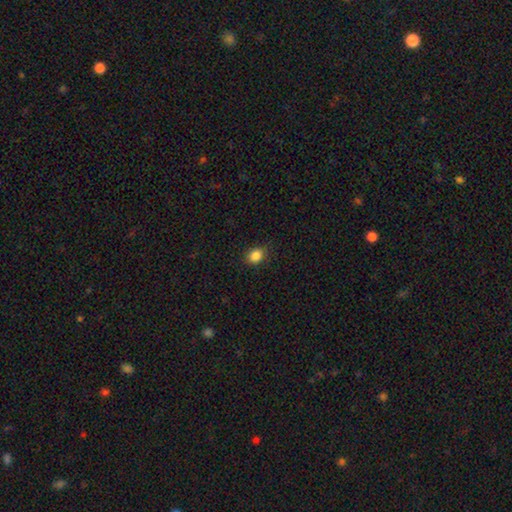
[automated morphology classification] Smooth or featured? Predicted: smooth (p=0.86). How rounded? Predicted: round (p=0.53). Merging? Predicted: none (p=0.86).